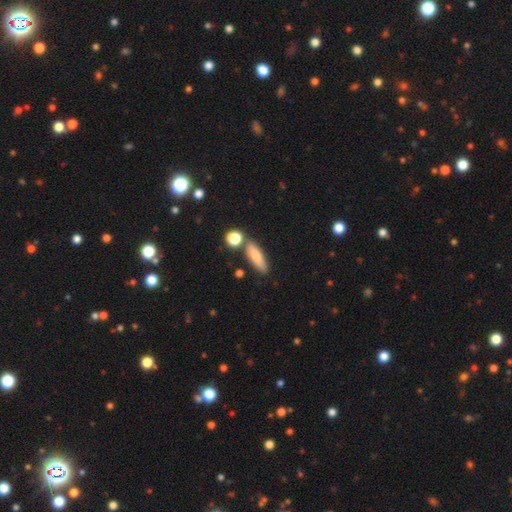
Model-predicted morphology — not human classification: This is likely a smooth galaxy (78%). How rounded: possibly cigar-shaped (50%). Merging: likely none (70%).